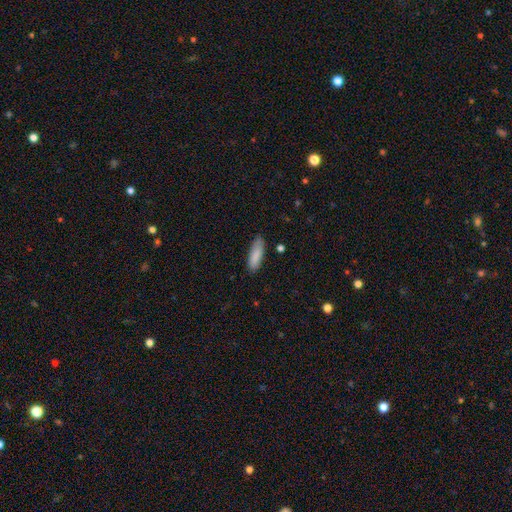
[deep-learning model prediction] Overall: smooth (87%). How rounded: in between (53%; cigar-shaped 45%). Merging: none (82%).